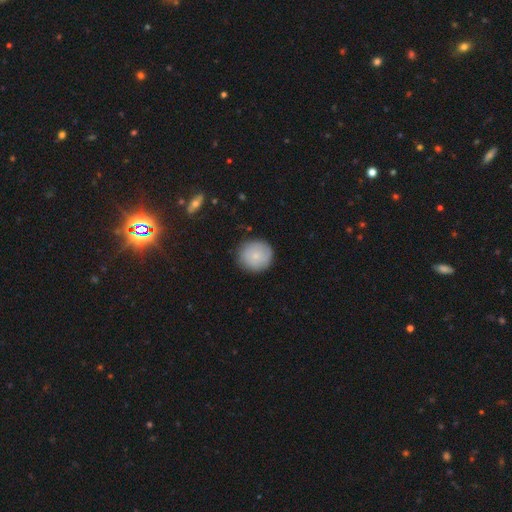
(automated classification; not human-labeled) The model was most divided on "smooth or featured": smooth: 80%, featured or disk: 14%, star or artifact: 7%. More confident: how rounded — round (92%); merging — none (85%).